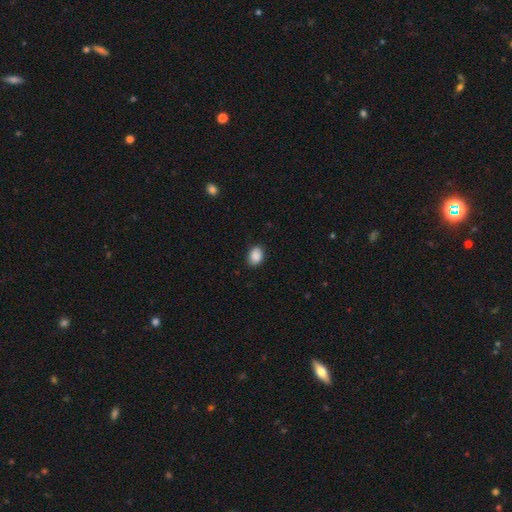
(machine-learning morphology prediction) smooth_or_featured: smooth (p=0.89) [alt: star or artifact p=0.08]
how_rounded: in between (p=0.74) [alt: round p=0.25]
merging: none (p=0.86) [alt: minor disturbance p=0.10]